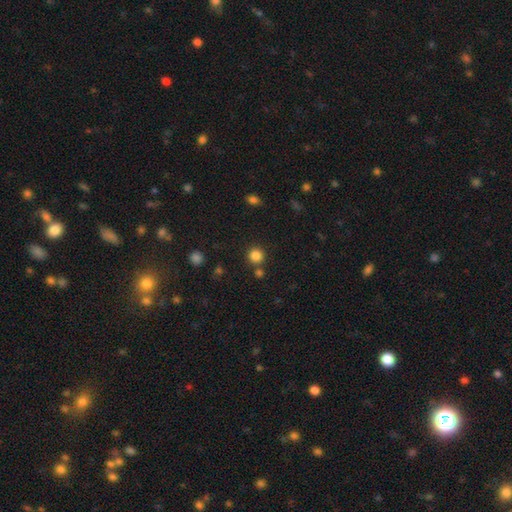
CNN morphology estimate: Smooth or featured?
  - smooth: 84% *
  - star or artifact: 12%
  - featured or disk: 4%
How rounded?
  - round: 94% *
  - in between: 5%
  - cigar-shaped: 1%
Merging?
  - none: 81% *
  - merger: 10%
  - minor disturbance: 7%
  - major disturbance: 3%